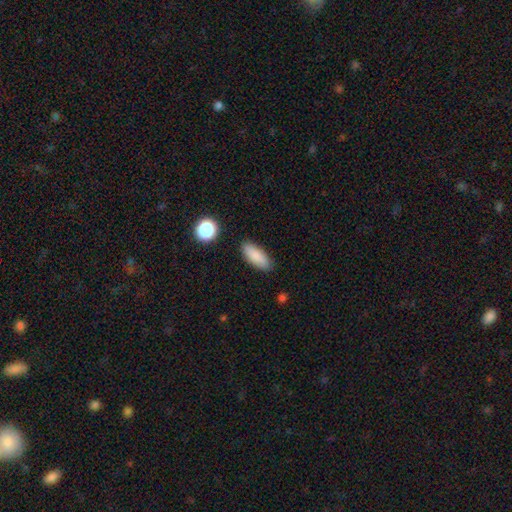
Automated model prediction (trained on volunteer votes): smooth 86%, star or artifact 7%, featured or disk 7%. Down the decision tree: how rounded — in between (75%); merging — none (86%).